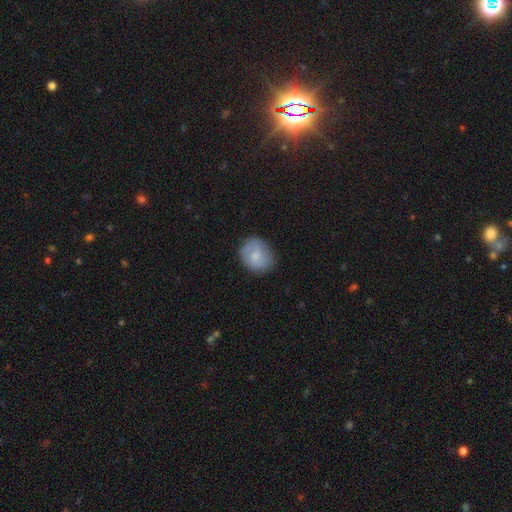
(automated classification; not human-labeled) smooth_or_featured: smooth (p=0.68) [alt: featured or disk p=0.26]
how_rounded: round (p=0.64) [alt: in between p=0.35]
merging: none (p=0.76) [alt: minor disturbance p=0.18]